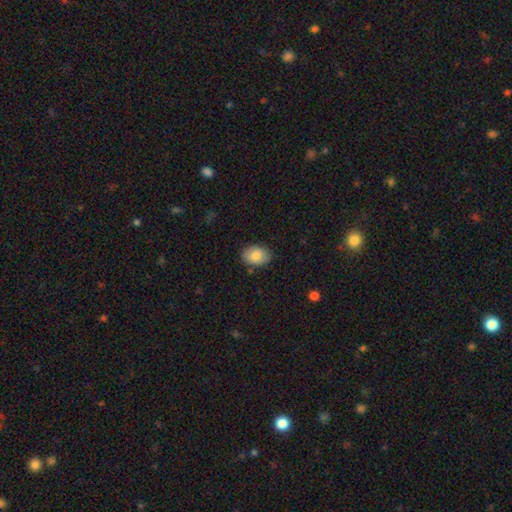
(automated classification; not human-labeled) This is clearly a smooth galaxy (84%). How rounded: clearly in between (82%). Merging: clearly none (84%).